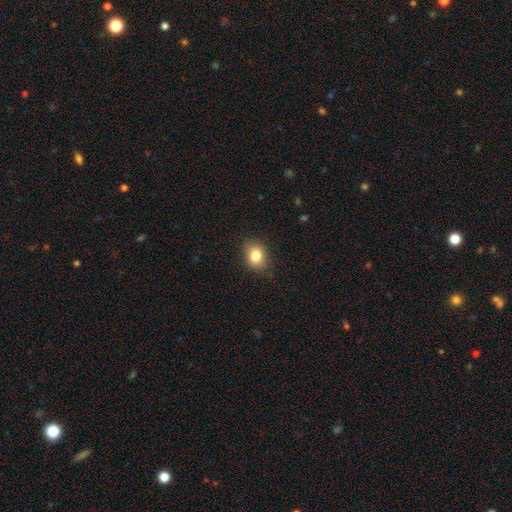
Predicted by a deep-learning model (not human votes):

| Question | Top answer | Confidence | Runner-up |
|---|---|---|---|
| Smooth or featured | smooth | 82% | star or artifact (10%) |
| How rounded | in between | 51% | round (48%) |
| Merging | none | 83% | minor disturbance (13%) |